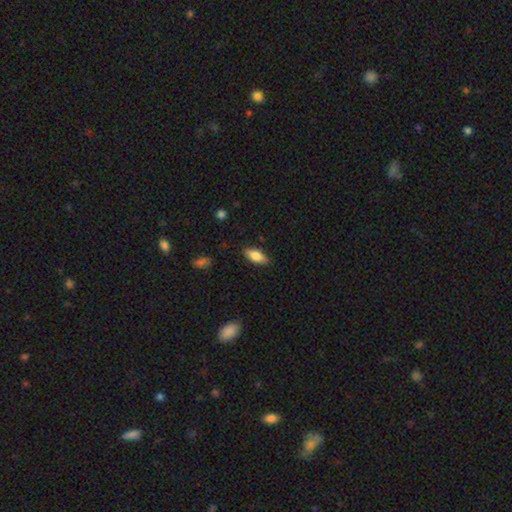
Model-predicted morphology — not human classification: A smooth galaxy with no disk features (82%) that is in between round and cigar-shaped (83%). Merging: none (85%).